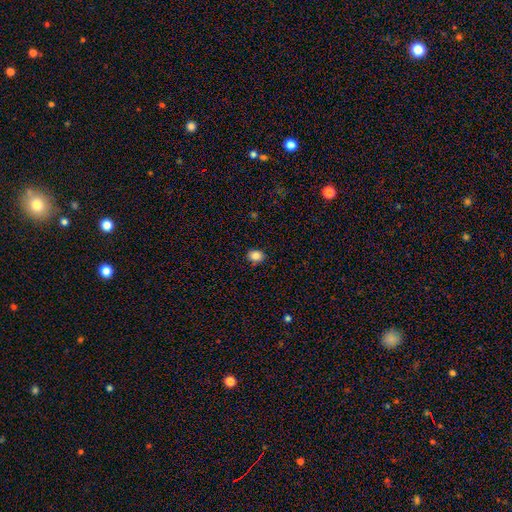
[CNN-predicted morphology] Smooth or featured?
  - smooth: 86% *
  - star or artifact: 10%
  - featured or disk: 4%
How rounded?
  - round: 55% *
  - in between: 44%
  - cigar-shaped: 1%
Merging?
  - none: 88% *
  - minor disturbance: 9%
  - major disturbance: 2%
  - merger: 1%